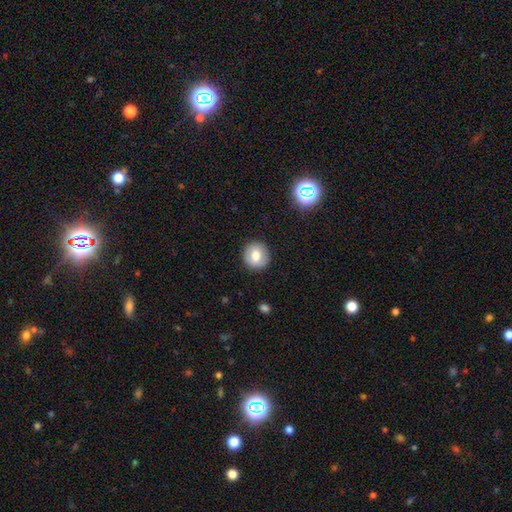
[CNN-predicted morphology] This is likely a smooth galaxy (72%). How rounded: clearly round (88%). Merging: clearly none (89%).